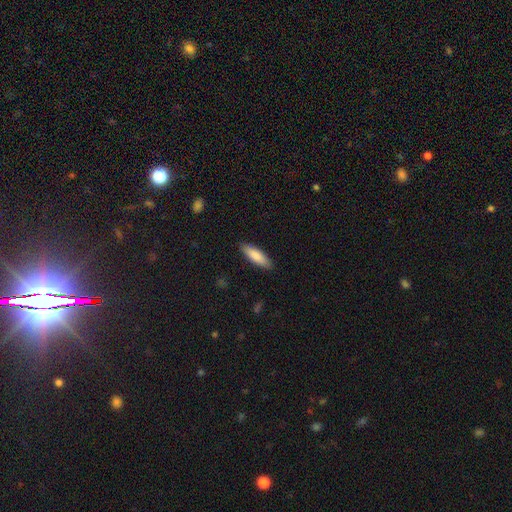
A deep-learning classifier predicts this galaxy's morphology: Overall: smooth (84%). How rounded: cigar-shaped (52%; in between 47%). Merging: none (88%).